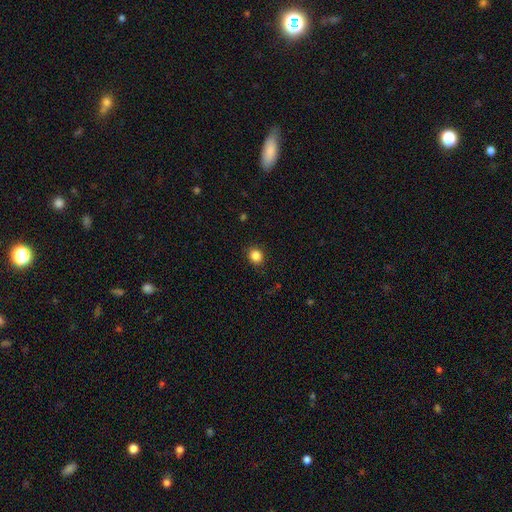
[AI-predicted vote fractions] Morphology: type=smooth (85%); roundness=round (76%); merging=none (89%).